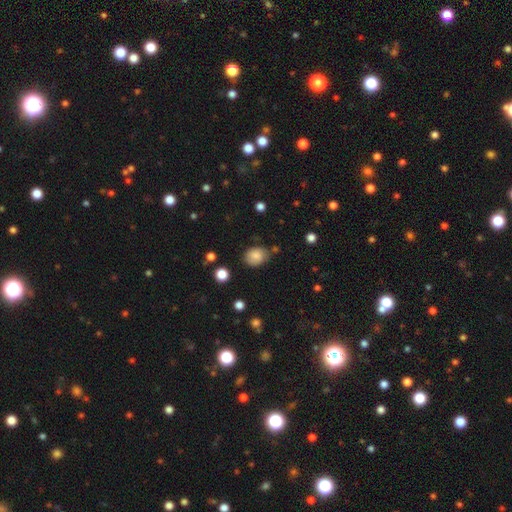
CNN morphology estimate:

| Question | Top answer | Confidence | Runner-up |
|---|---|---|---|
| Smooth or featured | smooth | 83% | star or artifact (9%) |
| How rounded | in between | 56% | round (44%) |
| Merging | none | 73% | minor disturbance (19%) |